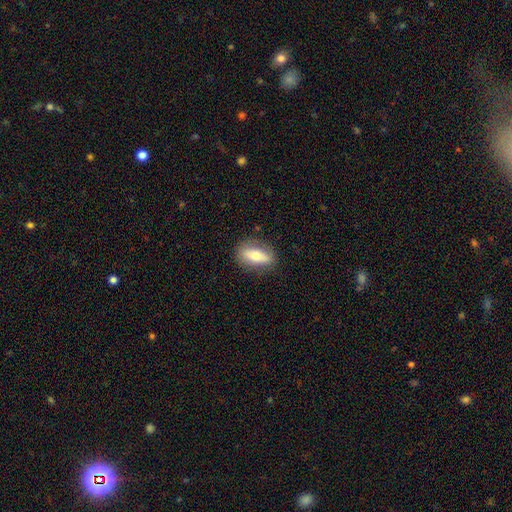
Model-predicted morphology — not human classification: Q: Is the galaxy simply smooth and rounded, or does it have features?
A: smooth — 62%.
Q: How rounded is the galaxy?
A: in between — 77%.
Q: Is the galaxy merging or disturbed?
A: none — 83%.